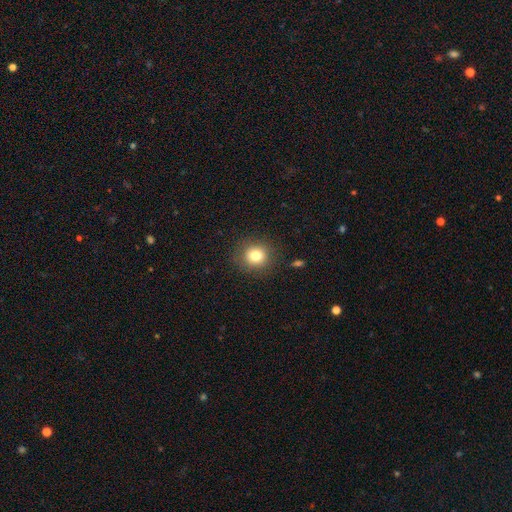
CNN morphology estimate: Smooth or featured? smooth (79%)
How rounded? round (89%)
Merging? none (87%)